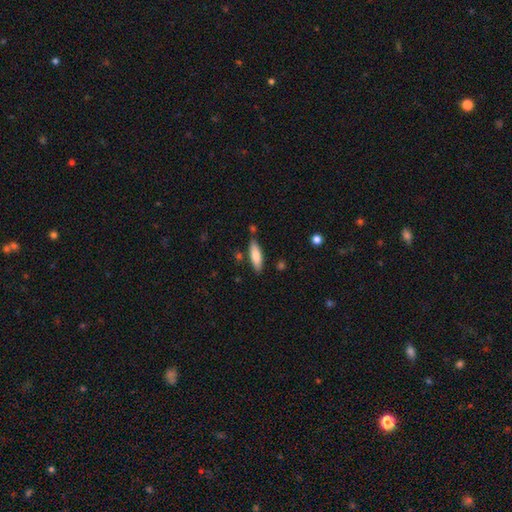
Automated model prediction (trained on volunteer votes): smooth-or-featured: smooth: 76% | featured or disk: 19% | star or artifact: 6%
  how-rounded: cigar-shaped: 57% | in between: 41% | round: 2%
  merging: none: 79% | minor disturbance: 13% | merger: 5% | major disturbance: 3%